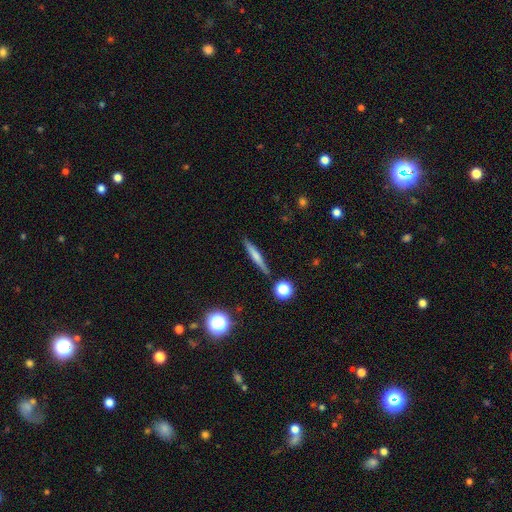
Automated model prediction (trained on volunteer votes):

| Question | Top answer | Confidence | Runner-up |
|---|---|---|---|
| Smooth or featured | smooth | 55% | featured or disk (36%) |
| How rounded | cigar-shaped | 92% | in between (5%) |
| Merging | none | 88% | minor disturbance (8%) |